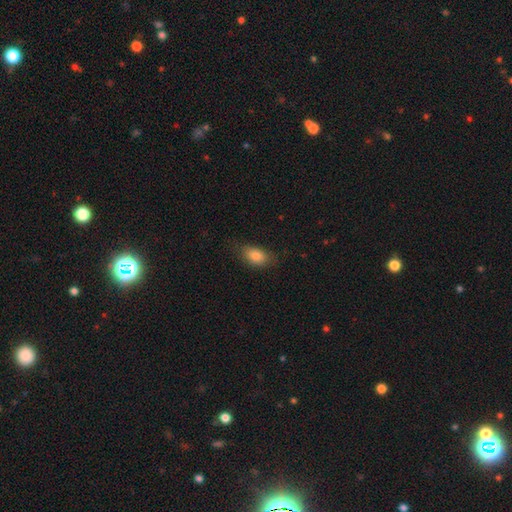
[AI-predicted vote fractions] smooth 82%, featured or disk 10%, star or artifact 8%. Down the decision tree: how rounded — in between (88%); merging — none (74%).